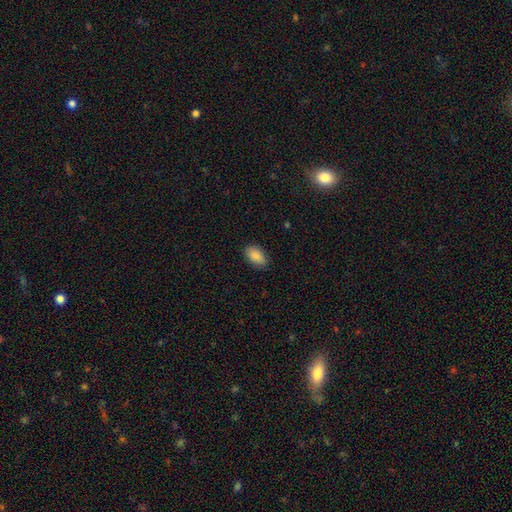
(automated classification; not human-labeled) Q: Smooth or featured?
A: smooth (88%); runner-up: star or artifact (7%)
Q: How rounded?
A: in between (92%); runner-up: round (5%)
Q: Merging?
A: none (85%); runner-up: minor disturbance (12%)